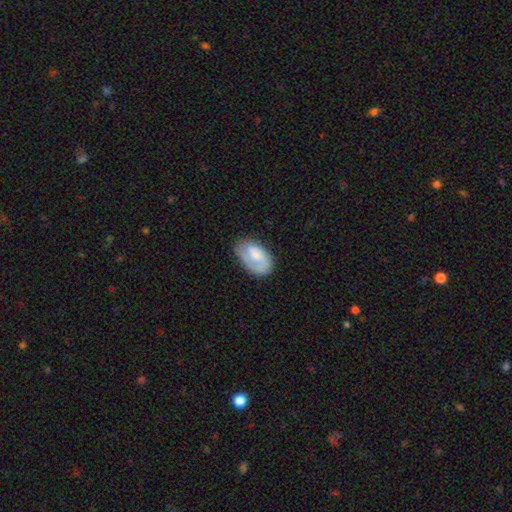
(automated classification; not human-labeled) Q: Smooth or featured?
A: smooth (57%); runner-up: featured or disk (37%)
Q: How rounded?
A: in between (93%); runner-up: round (6%)
Q: Merging?
A: none (65%); runner-up: minor disturbance (24%)